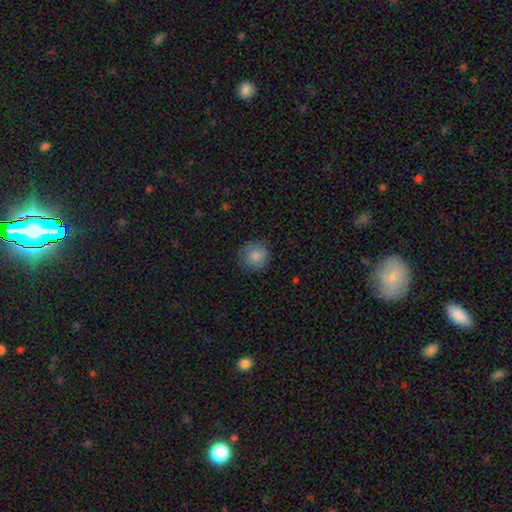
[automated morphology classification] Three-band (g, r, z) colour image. It shows a smooth galaxy with no disk features (84%) that is round (91%). Merging: none (83%).